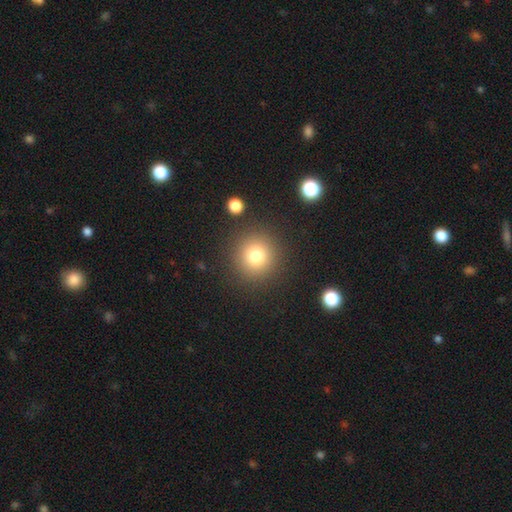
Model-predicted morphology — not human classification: smooth 78%, star or artifact 14%, featured or disk 8%. Down the decision tree: how rounded — round (94%); merging — none (88%).